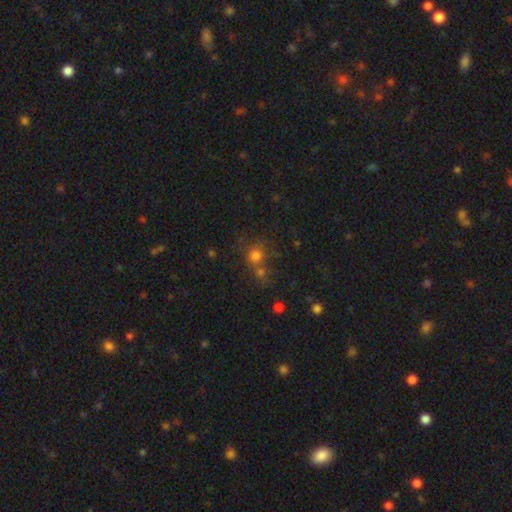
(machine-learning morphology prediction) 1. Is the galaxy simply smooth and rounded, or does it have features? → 71% smooth, 19% star or artifact, 10% featured or disk.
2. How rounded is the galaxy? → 85% round, 14% in between, 1% cigar-shaped.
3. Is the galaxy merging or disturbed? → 55% none, 28% merger, 11% minor disturbance, 6% major disturbance.